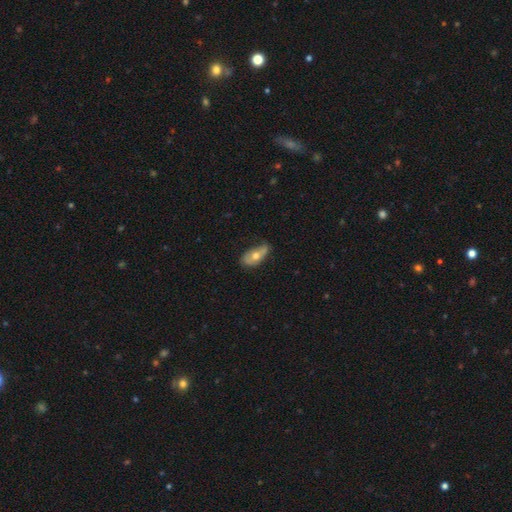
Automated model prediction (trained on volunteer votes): The model was most divided on "merging": none: 49%, minor disturbance: 38%, major disturbance: 11%, merger: 2%. More confident: how rounded — in between (86%); smooth or featured — smooth (56%).